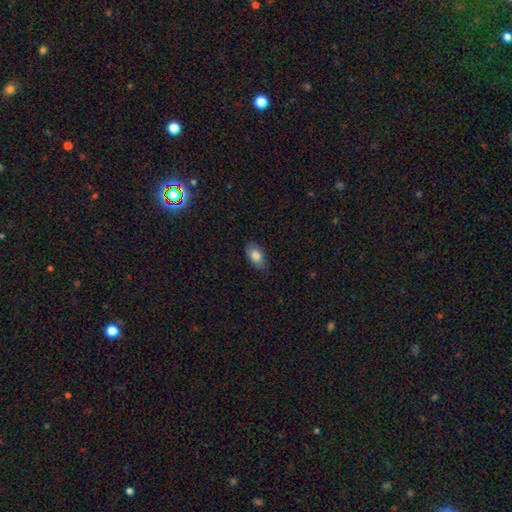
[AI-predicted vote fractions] The model was most divided on "merging": none: 80%, minor disturbance: 16%, major disturbance: 3%, merger: 1%. More confident: how rounded — in between (91%); smooth or featured — smooth (82%).